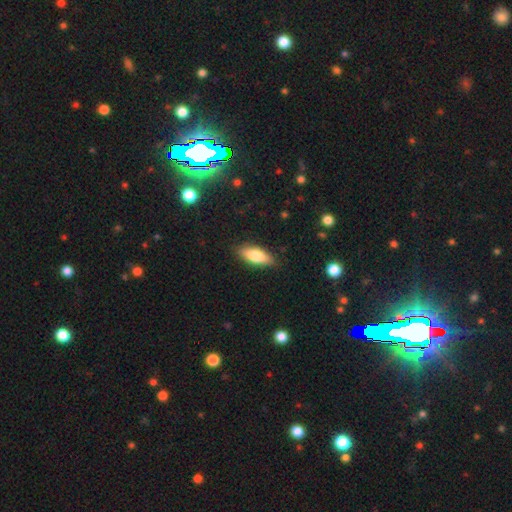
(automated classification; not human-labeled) A smooth galaxy with no disk features (75%) that is in between round and cigar-shaped (74%). Merging: none (86%).